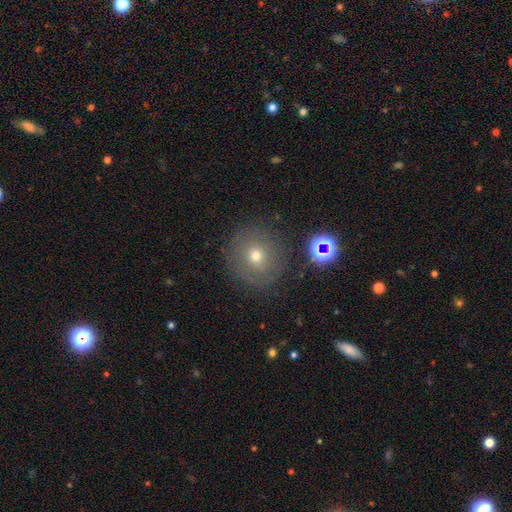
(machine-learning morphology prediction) Smooth or featured: smooth — 61% (featured or disk — 21%)
How rounded: round — 91% (in between — 8%)
Merging: none — 84% (minor disturbance — 10%)